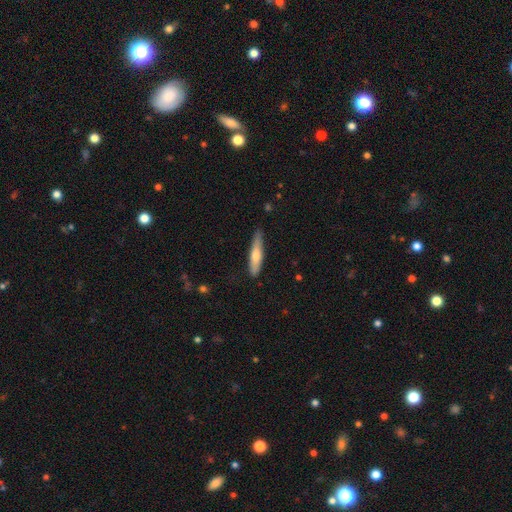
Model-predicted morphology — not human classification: smooth-or-featured: smooth: 62% | featured or disk: 33% | star or artifact: 6%
  how-rounded: cigar-shaped: 84% | in between: 15% | round: 1%
  merging: none: 77% | minor disturbance: 18% | major disturbance: 3% | merger: 1%